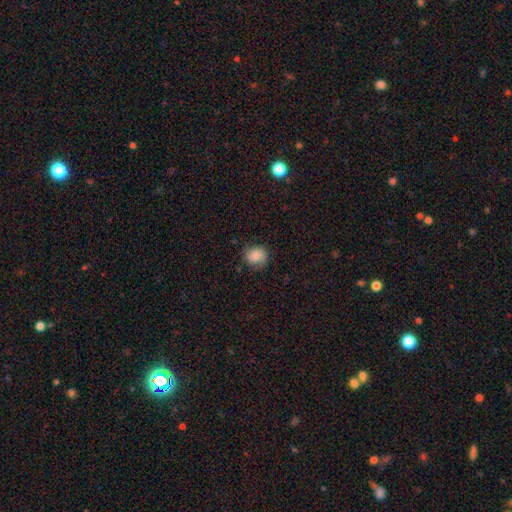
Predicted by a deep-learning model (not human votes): smooth_or_featured: smooth (p=0.74) [alt: featured or disk p=0.16]
how_rounded: round (p=0.82) [alt: in between p=0.17]
merging: none (p=0.75) [alt: minor disturbance p=0.18]